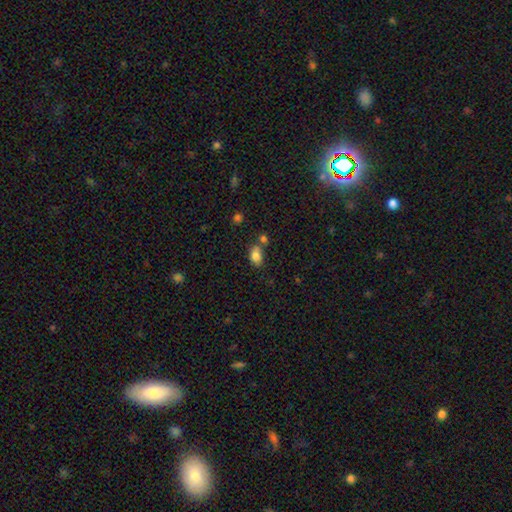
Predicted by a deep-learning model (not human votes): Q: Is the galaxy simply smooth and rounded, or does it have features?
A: smooth — 82%.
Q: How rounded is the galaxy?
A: in between — 82%.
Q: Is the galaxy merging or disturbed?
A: none — 56%.